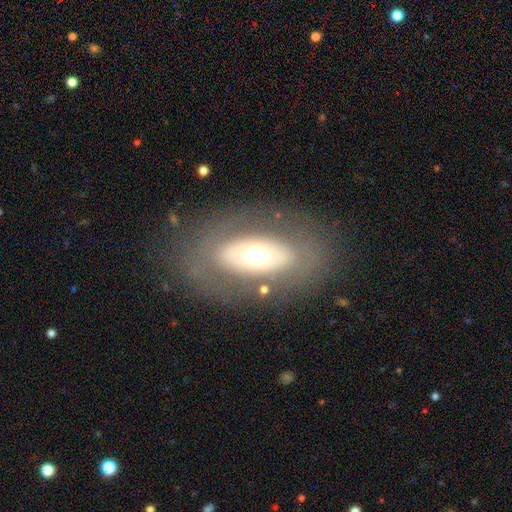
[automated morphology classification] smooth_or_featured: featured or disk (p=0.50) [alt: smooth p=0.42]
merging: none (p=0.79) [alt: minor disturbance p=0.12]